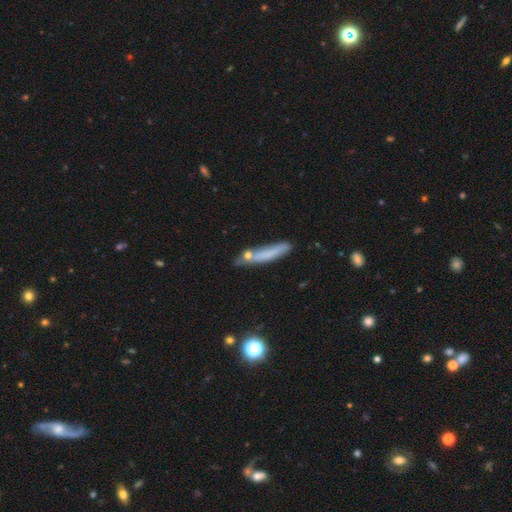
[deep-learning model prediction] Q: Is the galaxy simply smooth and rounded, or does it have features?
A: smooth — 65%.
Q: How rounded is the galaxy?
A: cigar-shaped — 91%.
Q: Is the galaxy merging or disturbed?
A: none — 64%.